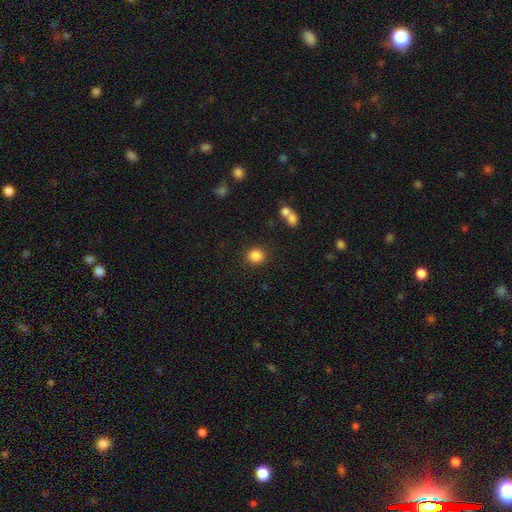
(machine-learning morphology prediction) A smooth galaxy with no disk features (86%) that is round (88%).

Vote fractions:
- Smooth or featured? smooth: 86% / star or artifact: 10% / featured or disk: 4%
- How rounded? round: 88% / in between: 11% / cigar-shaped: 1%
- Merging? none: 87% / minor disturbance: 7% / merger: 3% / major disturbance: 3%